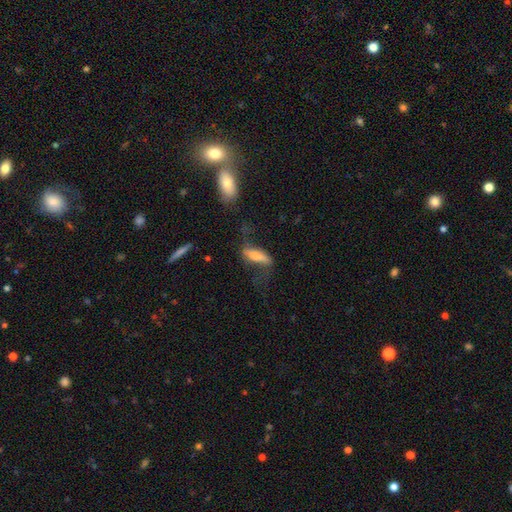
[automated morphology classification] Overall: smooth (47%; featured or disk 45%). Merging: none (47%; major disturbance 27%).